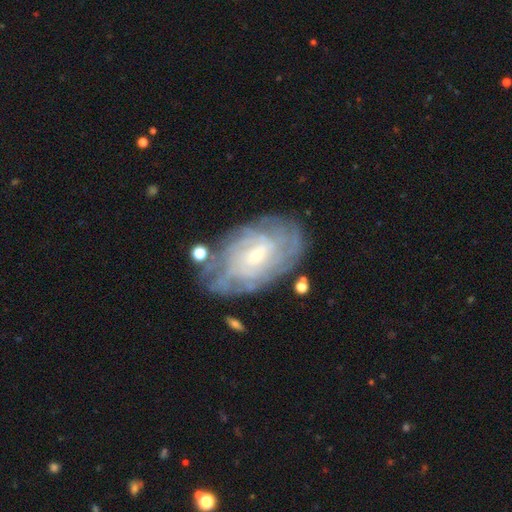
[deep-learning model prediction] A featured or disk galaxy (81%) with no bar (55%), tight (72%) spiral arms (91%) and a small central bulge (74%).

Vote fractions:
- Smooth or featured? featured or disk: 81% / smooth: 12% / star or artifact: 7%
- Edge-on disk? no: 96% / yes: 4%
- Bar? no: 55% / weak: 37% / strong: 7%
- Spiral arms? yes: 91% / no: 9%
- Spiral winding? tight: 72% / medium: 21% / loose: 7%
- Spiral arm count? can't tell: 51% / 4: 15% / more than 4: 13% / 3: 8% / 2: 7% / 1: 5%
- Bulge size? small: 74% / moderate: 22% / none: 2% / large: 2% / dominant: 1%
- Merging? none: 71% / minor disturbance: 18% / major disturbance: 8% / merger: 3%